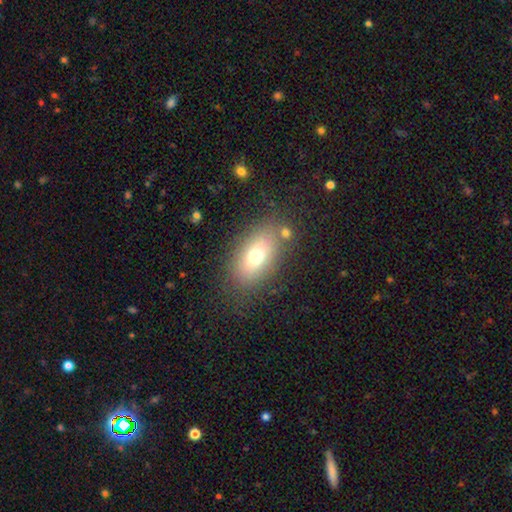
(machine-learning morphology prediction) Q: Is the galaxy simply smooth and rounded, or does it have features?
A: smooth — 70%.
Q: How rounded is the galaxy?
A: in between — 86%.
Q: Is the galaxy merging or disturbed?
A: none — 76%.